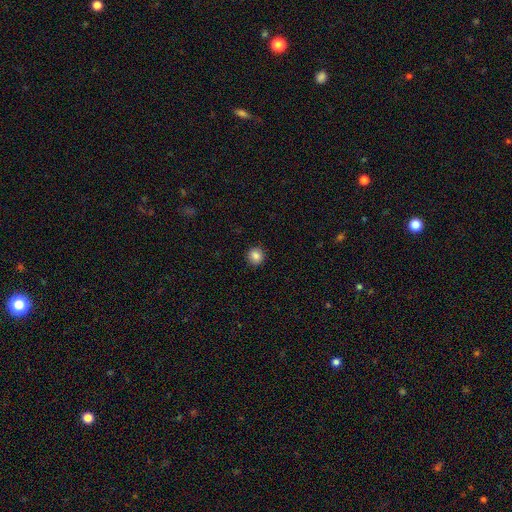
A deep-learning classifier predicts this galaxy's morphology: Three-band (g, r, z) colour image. It shows a smooth galaxy with no disk features (85%) that is round (92%). Merging: none (92%).